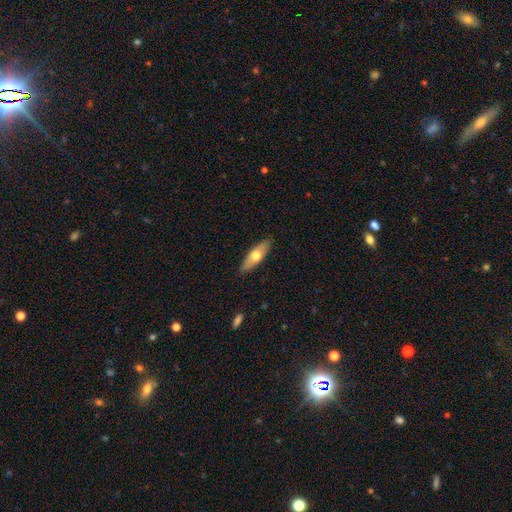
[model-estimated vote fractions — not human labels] Q: Smooth or featured?
A: smooth (58%); runner-up: featured or disk (36%)
Q: How rounded?
A: in between (54%); runner-up: cigar-shaped (43%)
Q: Merging?
A: none (88%); runner-up: minor disturbance (9%)